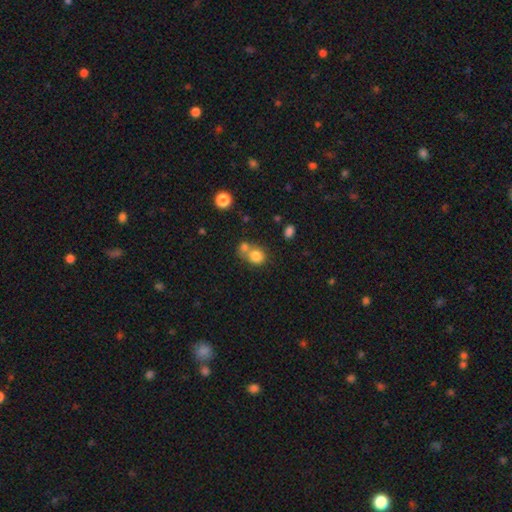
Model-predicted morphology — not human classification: A smooth galaxy with no disk features (80%) that is round (73%).

Vote fractions:
- Smooth or featured? smooth: 80% / star or artifact: 11% / featured or disk: 9%
- How rounded? round: 73% / in between: 26% / cigar-shaped: 1%
- Merging? merger: 47% / none: 40% / minor disturbance: 9% / major disturbance: 4%